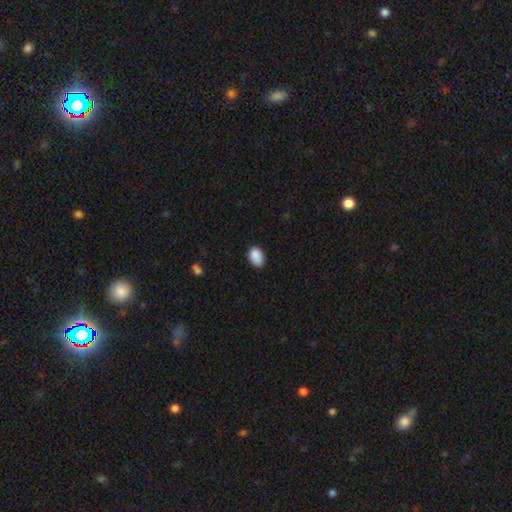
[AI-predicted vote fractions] Q: Smooth or featured?
A: smooth (88%); runner-up: star or artifact (8%)
Q: How rounded?
A: in between (85%); runner-up: round (14%)
Q: Merging?
A: none (75%); runner-up: minor disturbance (20%)